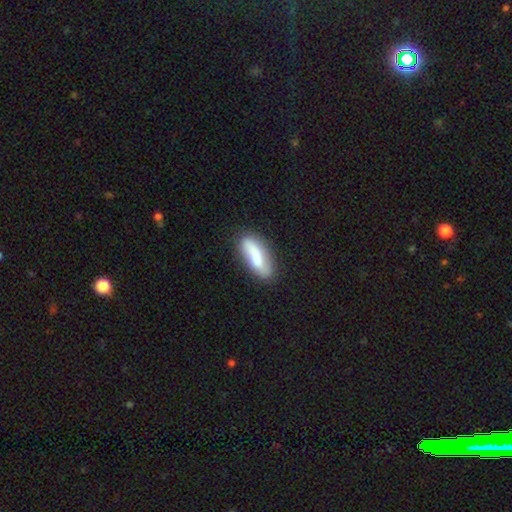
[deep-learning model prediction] Morphology: type=smooth (71%); roundness=in between (56%); merging=none (74%).